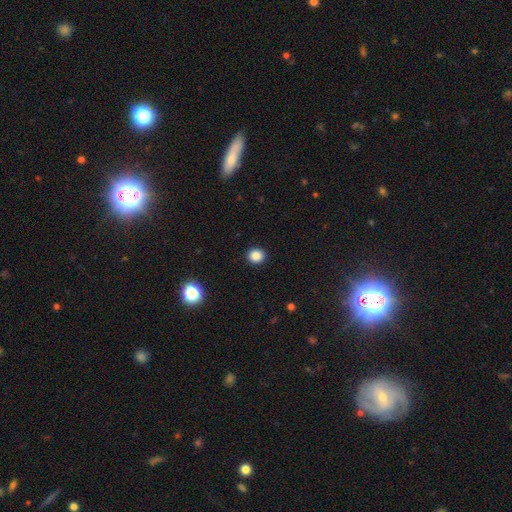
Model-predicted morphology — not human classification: This is clearly a smooth galaxy (85%). How rounded: clearly round (89%). Merging: clearly none (92%).